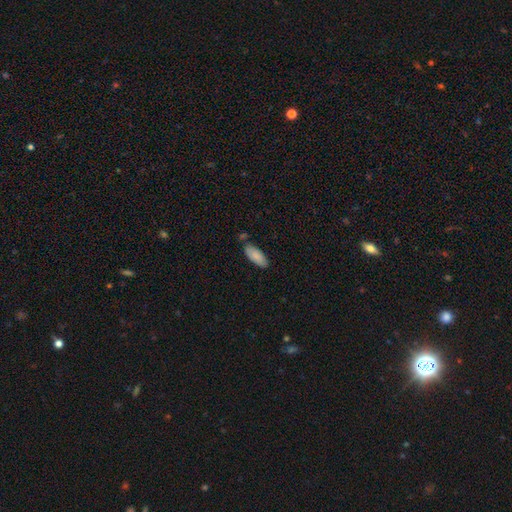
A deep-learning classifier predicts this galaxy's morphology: smooth_or_featured: smooth (p=0.86) [alt: featured or disk p=0.08]
how_rounded: in between (p=0.80) [alt: cigar-shaped p=0.18]
merging: none (p=0.71) [alt: minor disturbance p=0.18]